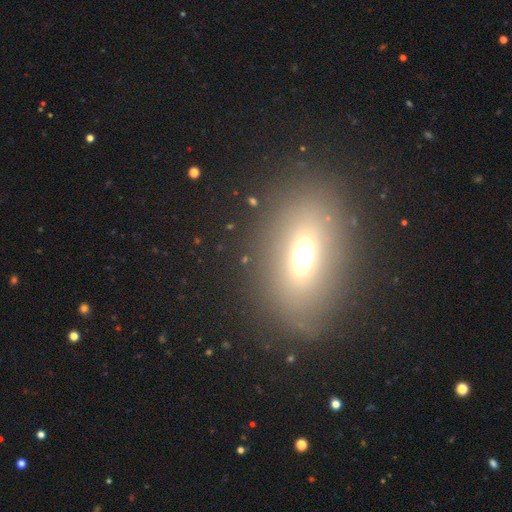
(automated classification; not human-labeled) smooth_or_featured: smooth (p=0.56) [alt: star or artifact p=0.22]
how_rounded: in between (p=0.78) [alt: round p=0.13]
merging: none (p=0.85) [alt: minor disturbance p=0.09]